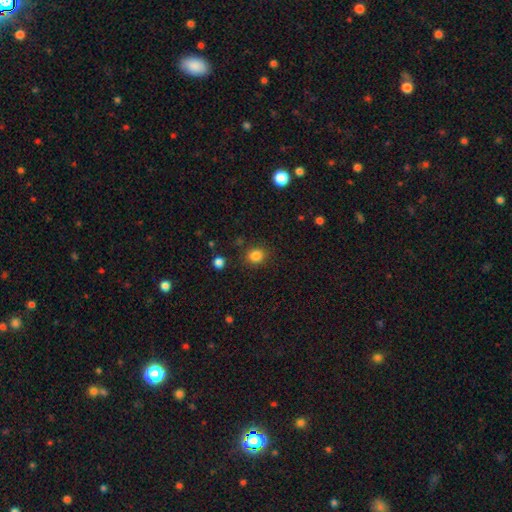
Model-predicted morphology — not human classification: This appears to be a smooth galaxy with no disk features (84%) that is round (80%). Merging: none (85%).